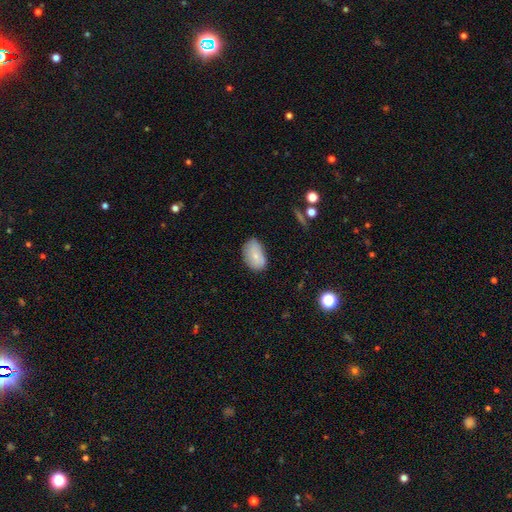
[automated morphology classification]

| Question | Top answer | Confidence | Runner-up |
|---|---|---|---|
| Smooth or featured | smooth | 73% | featured or disk (19%) |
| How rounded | in between | 90% | round (9%) |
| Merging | none | 66% | minor disturbance (27%) |